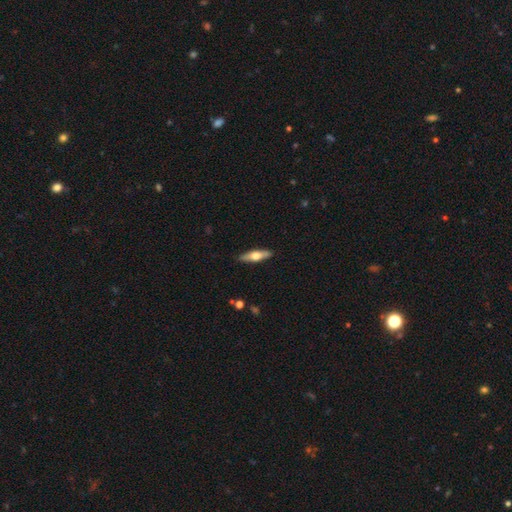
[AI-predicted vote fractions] smooth 48%, featured or disk 47%, star or artifact 5%. Down the decision tree: merging — none (89%).